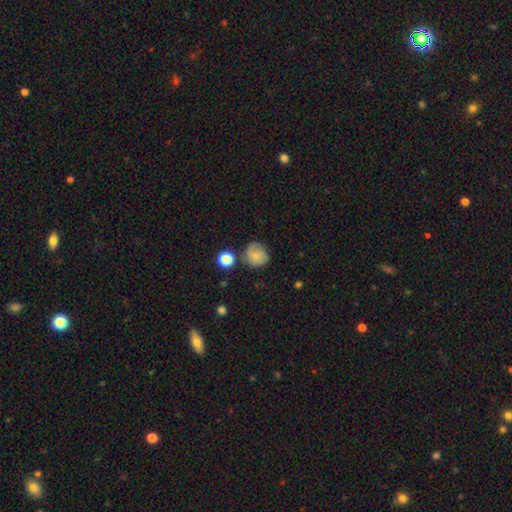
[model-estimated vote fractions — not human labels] This is likely a smooth galaxy (64%). How rounded: clearly round (83%). Merging: likely none (63%).